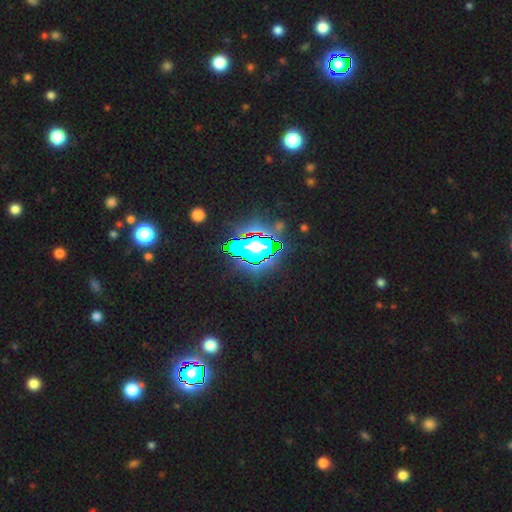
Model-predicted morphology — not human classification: smooth_or_featured: star or artifact (p=0.83) [alt: smooth p=0.10]